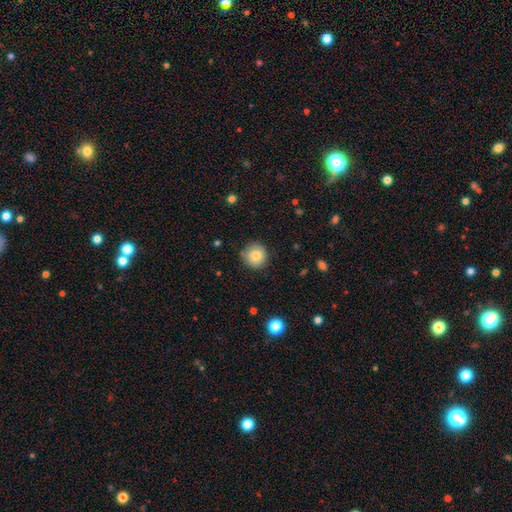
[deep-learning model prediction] A smooth galaxy with no disk features (83%) that is round (94%).

Vote fractions:
- Smooth or featured? smooth: 83% / star or artifact: 9% / featured or disk: 8%
- How rounded? round: 94% / in between: 5% / cigar-shaped: 1%
- Merging? none: 86% / minor disturbance: 10% / major disturbance: 2% / merger: 1%